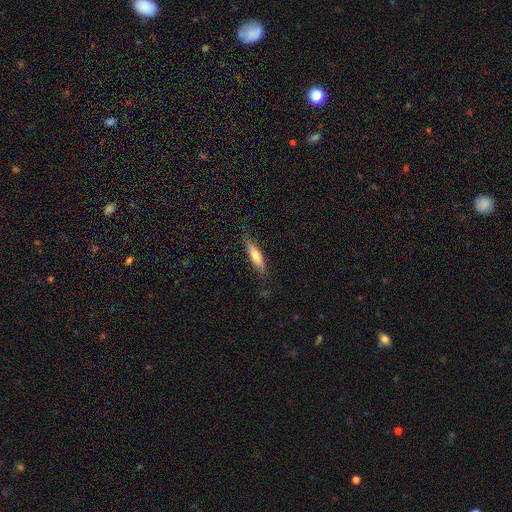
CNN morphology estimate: Smooth or featured? Predicted: smooth (p=0.70). How rounded? Predicted: cigar-shaped (p=0.68). Merging? Predicted: none (p=0.78).